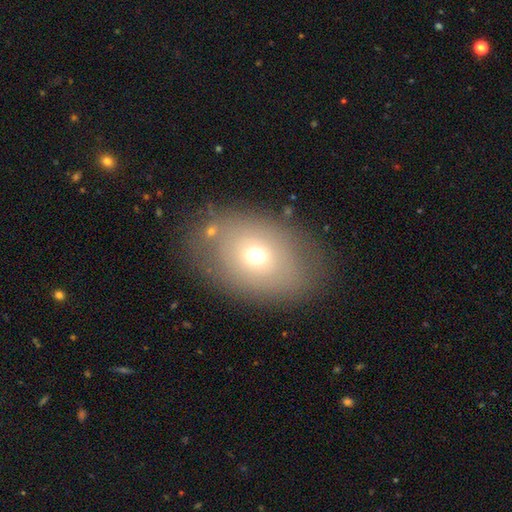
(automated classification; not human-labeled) Morphology: type=smooth (62%); roundness=in between (75%); merging=none (76%).